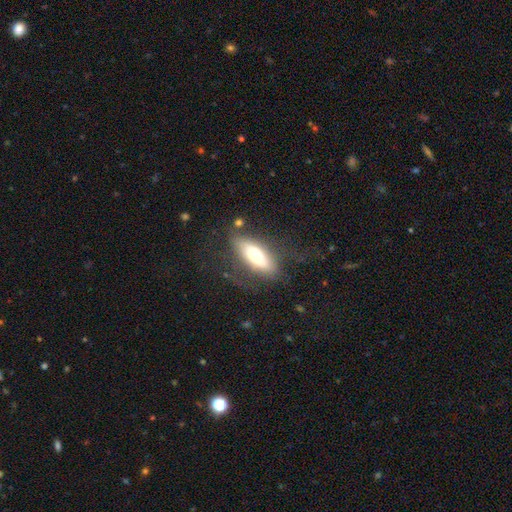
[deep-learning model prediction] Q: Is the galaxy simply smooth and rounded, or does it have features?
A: smooth — 58%.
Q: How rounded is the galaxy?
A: in between — 72%.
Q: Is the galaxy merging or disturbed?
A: none — 66%.